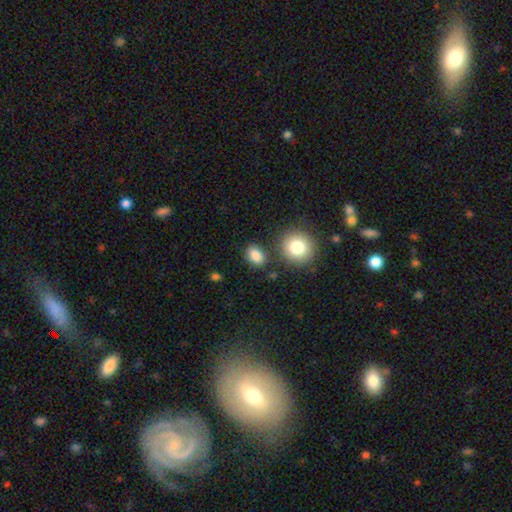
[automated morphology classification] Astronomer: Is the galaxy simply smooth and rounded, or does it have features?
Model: smooth — 86%.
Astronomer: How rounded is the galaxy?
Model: in between — 73%.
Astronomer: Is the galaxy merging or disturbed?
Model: none — 77%.